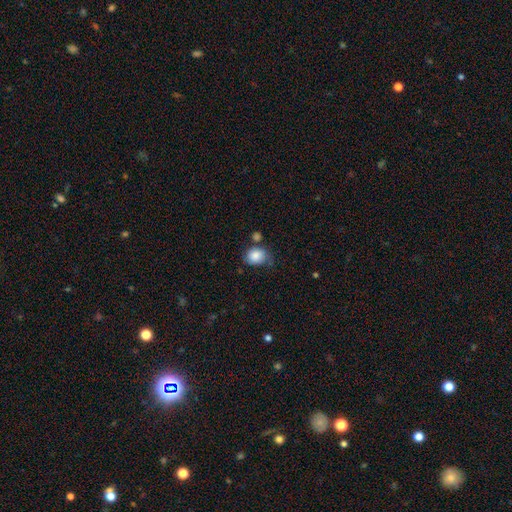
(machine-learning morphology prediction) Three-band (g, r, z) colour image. It shows a smooth galaxy with no disk features (84%) that is round (64%). Merging: none (55%).